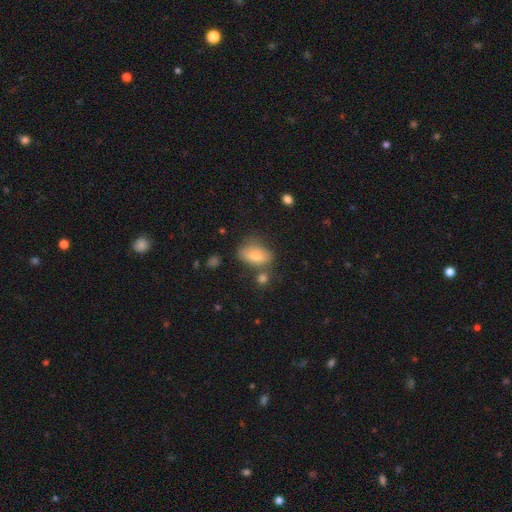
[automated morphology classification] Overall: smooth (74%). How rounded: in between (86%). Merging: none (53%; minor disturbance 25%).